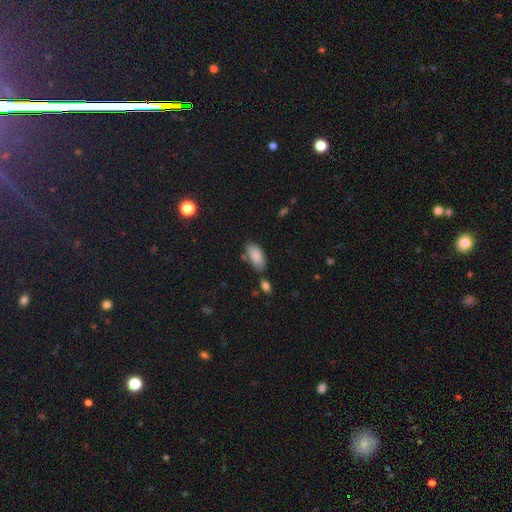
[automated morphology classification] type=smooth (86%); roundness=in between (93%); merging=none (62%).